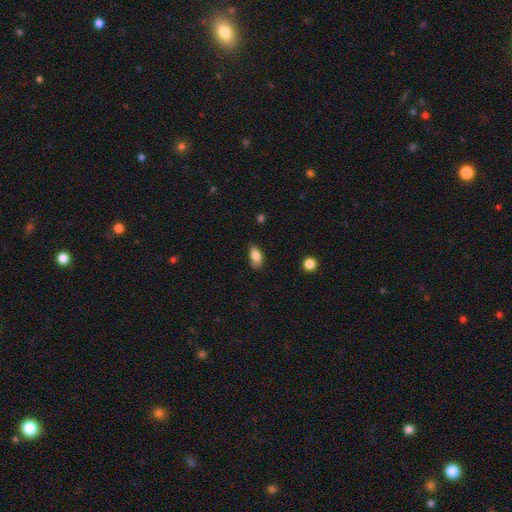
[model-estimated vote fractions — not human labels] A smooth galaxy with no disk features (83%) that is in between round and cigar-shaped (89%).

Vote fractions:
- Smooth or featured? smooth: 83% / star or artifact: 8% / featured or disk: 8%
- How rounded? in between: 89% / round: 6% / cigar-shaped: 5%
- Merging? none: 58% / minor disturbance: 32% / major disturbance: 7% / merger: 3%